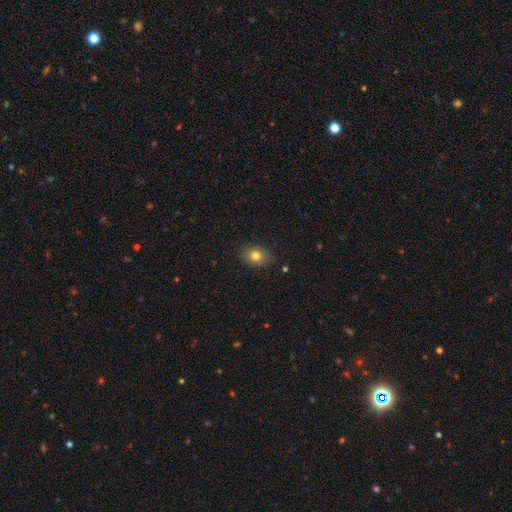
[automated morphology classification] A smooth galaxy with no disk features (78%) that is in between round and cigar-shaped (68%). Merging: none (86%).